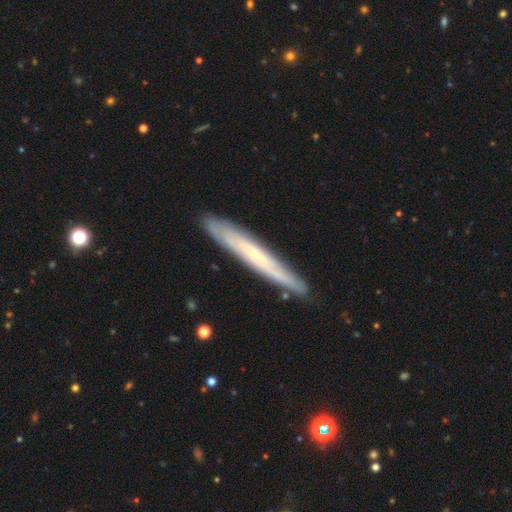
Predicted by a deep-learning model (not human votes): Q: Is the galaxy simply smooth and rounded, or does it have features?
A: featured or disk — 64%.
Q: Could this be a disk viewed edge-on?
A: yes — 79%.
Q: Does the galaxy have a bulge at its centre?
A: none — 60%.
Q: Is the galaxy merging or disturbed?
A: none — 87%.